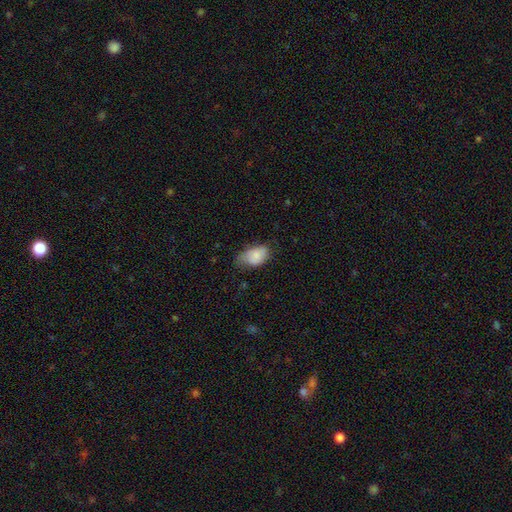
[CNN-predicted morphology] Overall: smooth (80%). How rounded: in between (91%). Merging: none (44%; minor disturbance 41%).